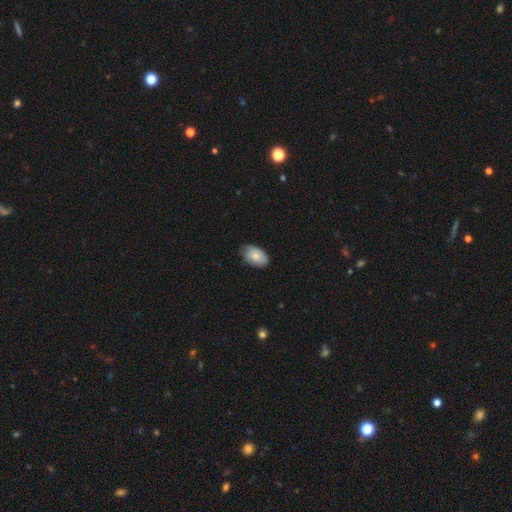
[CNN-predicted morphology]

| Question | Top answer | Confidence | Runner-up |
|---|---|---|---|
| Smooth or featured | smooth | 80% | featured or disk (13%) |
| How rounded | in between | 90% | round (9%) |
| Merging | none | 74% | minor disturbance (22%) |